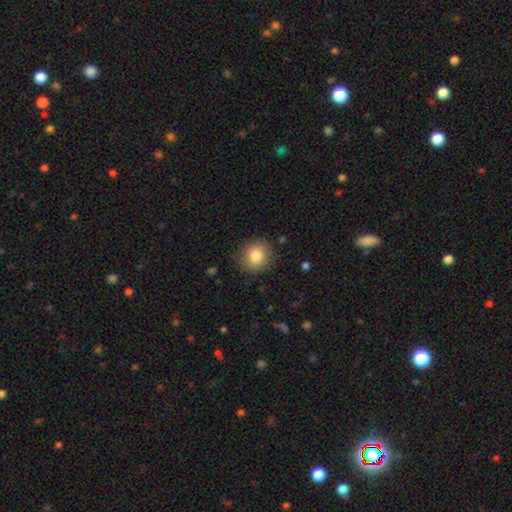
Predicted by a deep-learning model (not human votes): Smooth or featured?
  - smooth: 84% *
  - star or artifact: 9%
  - featured or disk: 7%
How rounded?
  - round: 87% *
  - in between: 12%
  - cigar-shaped: 1%
Merging?
  - none: 85% *
  - minor disturbance: 11%
  - major disturbance: 3%
  - merger: 1%